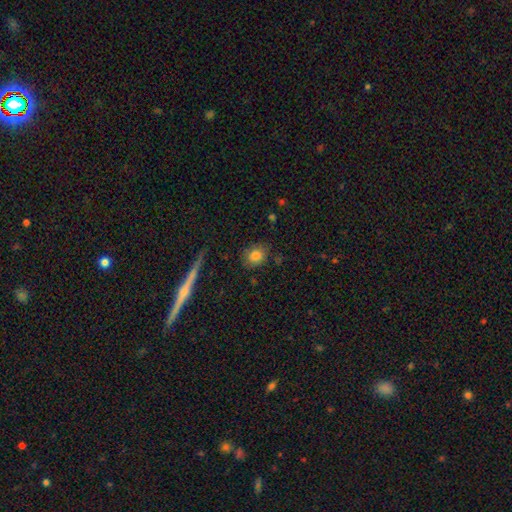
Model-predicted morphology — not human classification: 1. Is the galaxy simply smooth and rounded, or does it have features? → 82% smooth, 10% star or artifact, 9% featured or disk.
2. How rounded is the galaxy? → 65% round, 33% in between, 2% cigar-shaped.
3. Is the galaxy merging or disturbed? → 82% none, 13% minor disturbance, 3% major disturbance, 2% merger.